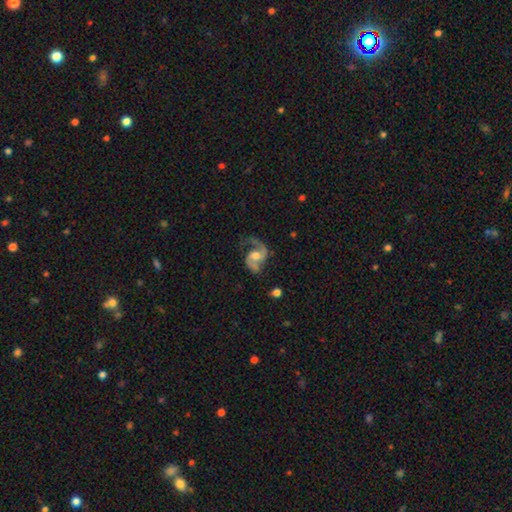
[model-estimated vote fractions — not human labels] A featured or disk galaxy (88%) with no bar (52%), 2 (84%) medium (51%) spiral arms (96%) and a moderate central bulge (65%). Merging: none (57%).